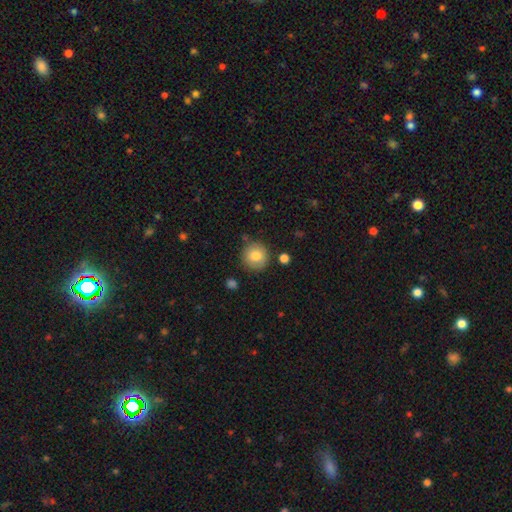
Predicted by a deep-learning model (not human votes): A smooth galaxy with no disk features (80%) that is round (93%).

Vote fractions:
- Smooth or featured? smooth: 80% / featured or disk: 12% / star or artifact: 9%
- How rounded? round: 93% / in between: 6% / cigar-shaped: 1%
- Merging? none: 84% / minor disturbance: 10% / merger: 3% / major disturbance: 3%